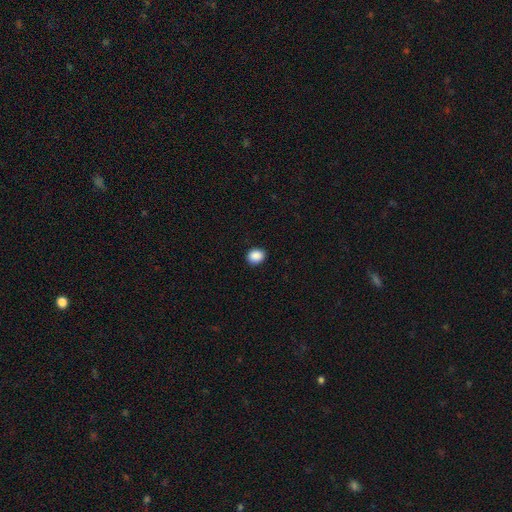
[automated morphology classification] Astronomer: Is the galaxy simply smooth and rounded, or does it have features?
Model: smooth — 89%.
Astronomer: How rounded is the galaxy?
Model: round — 57% (runner-up: in between, 42%).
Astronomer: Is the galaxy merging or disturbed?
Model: none — 90%.